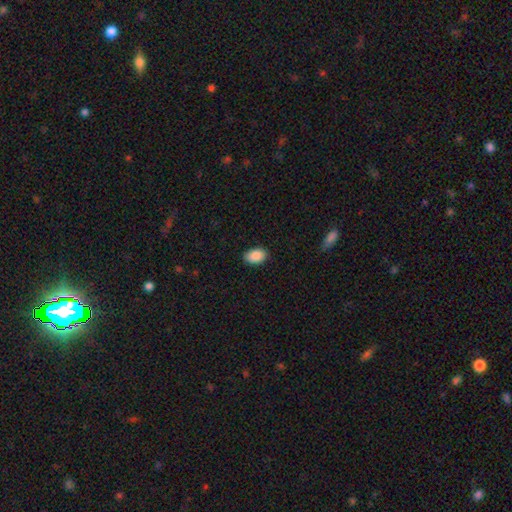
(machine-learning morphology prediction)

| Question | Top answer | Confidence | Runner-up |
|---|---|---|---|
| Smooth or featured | smooth | 90% | star or artifact (7%) |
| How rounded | in between | 90% | round (9%) |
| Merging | none | 87% | minor disturbance (10%) |